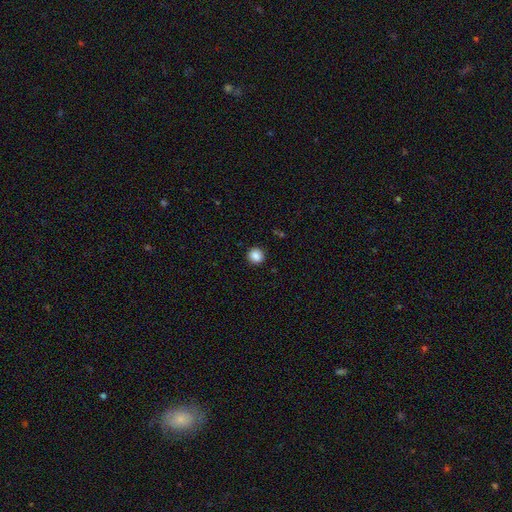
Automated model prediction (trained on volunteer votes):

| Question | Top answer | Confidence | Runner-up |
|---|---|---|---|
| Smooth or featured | smooth | 87% | star or artifact (10%) |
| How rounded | round | 92% | in between (7%) |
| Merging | none | 91% | minor disturbance (6%) |